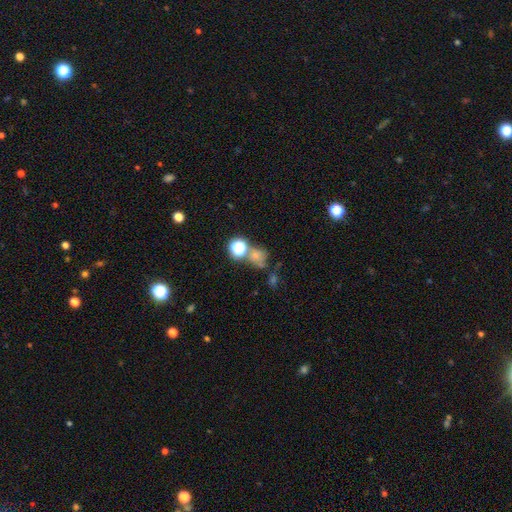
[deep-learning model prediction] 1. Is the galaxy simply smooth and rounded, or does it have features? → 60% smooth, 27% star or artifact, 13% featured or disk.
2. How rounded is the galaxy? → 76% round, 22% in between, 1% cigar-shaped.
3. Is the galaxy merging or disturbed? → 48% none, 31% merger, 13% minor disturbance, 9% major disturbance.